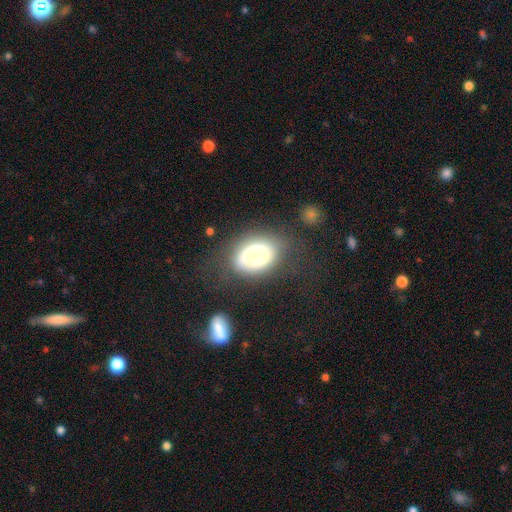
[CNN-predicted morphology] type=smooth (65%); roundness=in between (75%); merging=none (63%).